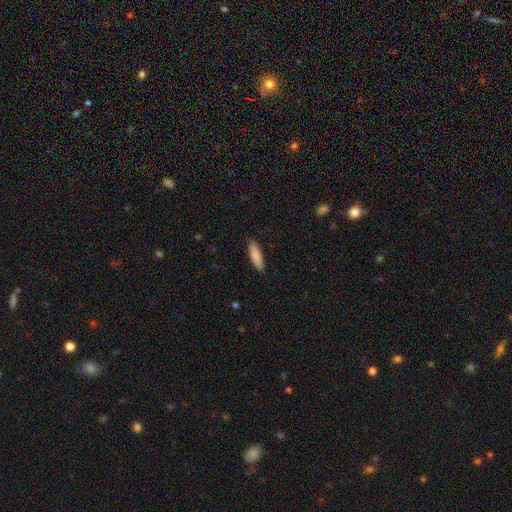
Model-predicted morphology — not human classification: This is clearly a smooth galaxy (87%). How rounded: likely cigar-shaped (64%). Merging: clearly none (88%).